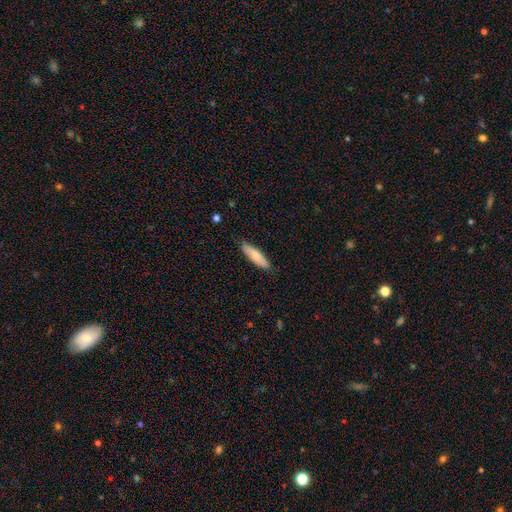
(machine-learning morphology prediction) The model was most divided on "how rounded": cigar-shaped: 63%, in between: 35%, round: 2%. More confident: merging — none (86%); smooth or featured — smooth (78%).